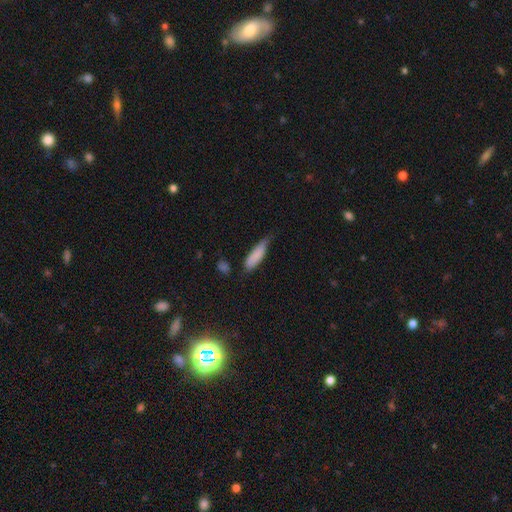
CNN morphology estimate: Smooth or featured?
  - smooth: 83% *
  - featured or disk: 11%
  - star or artifact: 6%
How rounded?
  - cigar-shaped: 59% *
  - in between: 39%
  - round: 2%
Merging?
  - none: 48% *
  - minor disturbance: 39%
  - major disturbance: 9%
  - merger: 4%